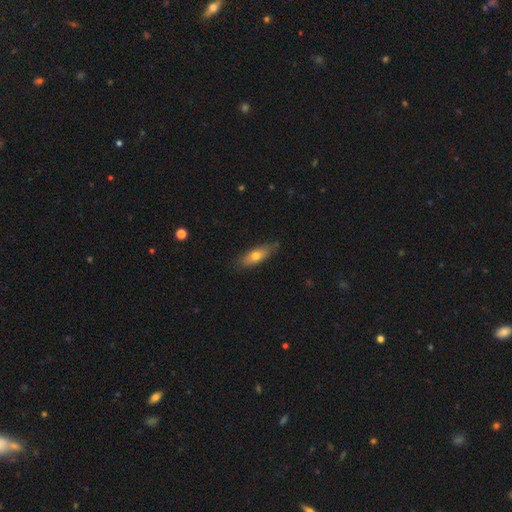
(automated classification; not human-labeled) Q: Smooth or featured?
A: smooth (67%); runner-up: featured or disk (27%)
Q: How rounded?
A: in between (58%); runner-up: cigar-shaped (40%)
Q: Merging?
A: none (75%); runner-up: minor disturbance (20%)